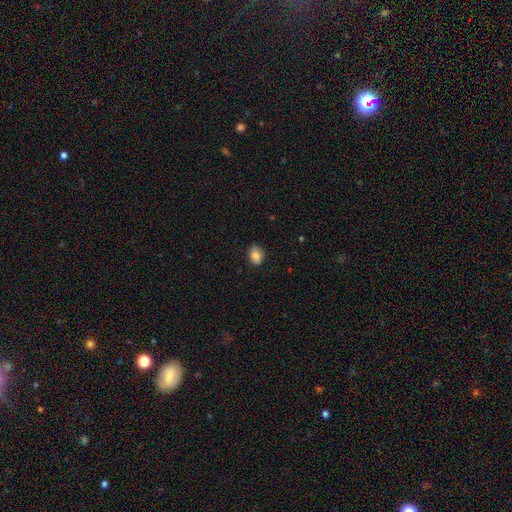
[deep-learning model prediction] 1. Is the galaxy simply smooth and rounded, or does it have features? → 84% smooth, 9% star or artifact, 7% featured or disk.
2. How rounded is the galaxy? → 59% in between, 40% round, 1% cigar-shaped.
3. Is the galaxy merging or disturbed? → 78% none, 18% minor disturbance, 3% major disturbance, 1% merger.